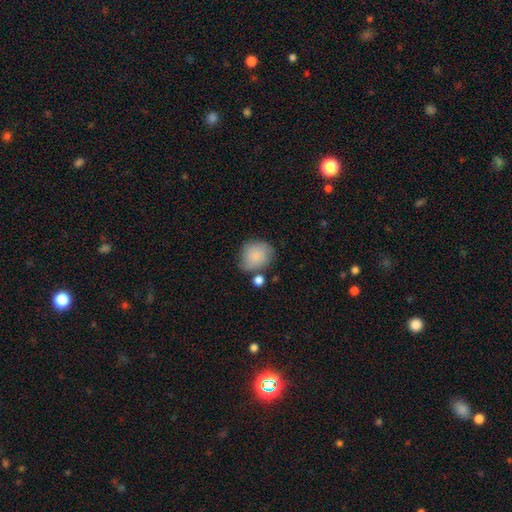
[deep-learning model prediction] smooth_or_featured: smooth (p=0.79) [alt: featured or disk p=0.14]
how_rounded: round (p=0.65) [alt: in between p=0.34]
merging: none (p=0.60) [alt: minor disturbance p=0.23]